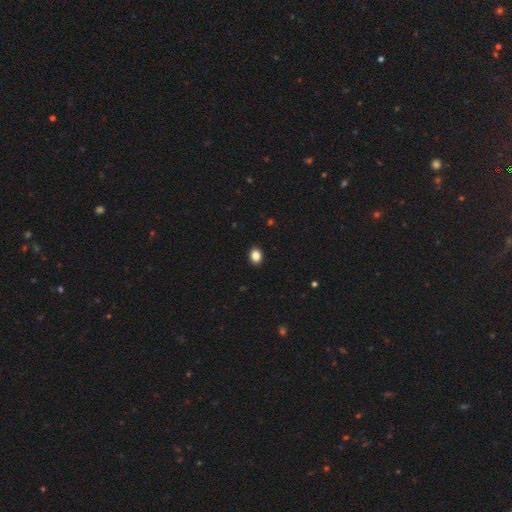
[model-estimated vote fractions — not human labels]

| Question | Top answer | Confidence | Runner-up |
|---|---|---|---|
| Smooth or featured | smooth | 87% | star or artifact (10%) |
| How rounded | in between | 60% | round (39%) |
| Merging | none | 92% | minor disturbance (6%) |